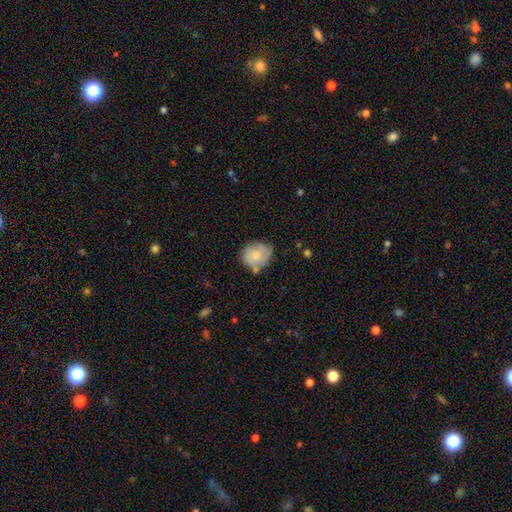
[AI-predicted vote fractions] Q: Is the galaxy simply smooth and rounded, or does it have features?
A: smooth — 58%.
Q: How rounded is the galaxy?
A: round — 61%.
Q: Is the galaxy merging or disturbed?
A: none — 59%.